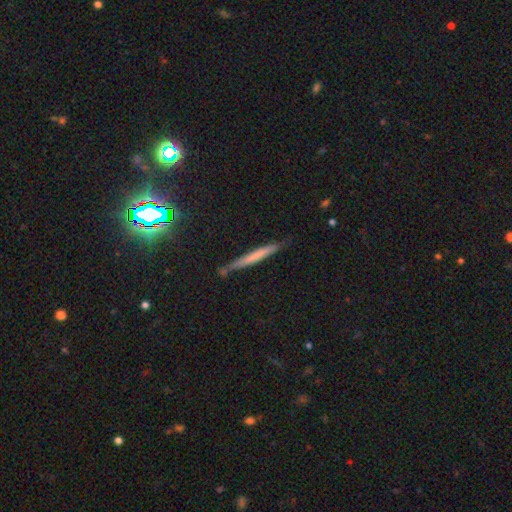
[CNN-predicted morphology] smooth 52%, featured or disk 37%, star or artifact 11%. Down the decision tree: how rounded — cigar-shaped (95%); merging — none (80%).